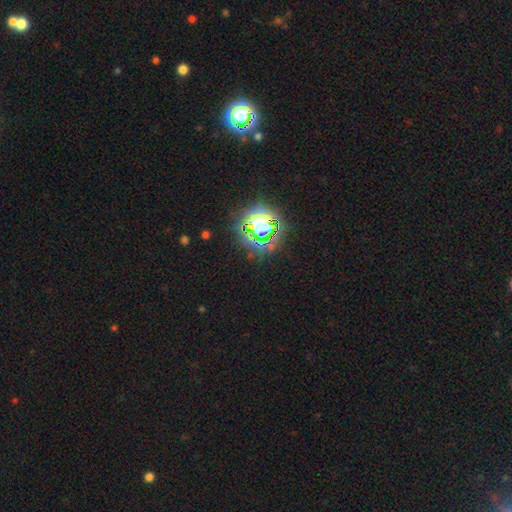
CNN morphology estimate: type=star or artifact (82%).